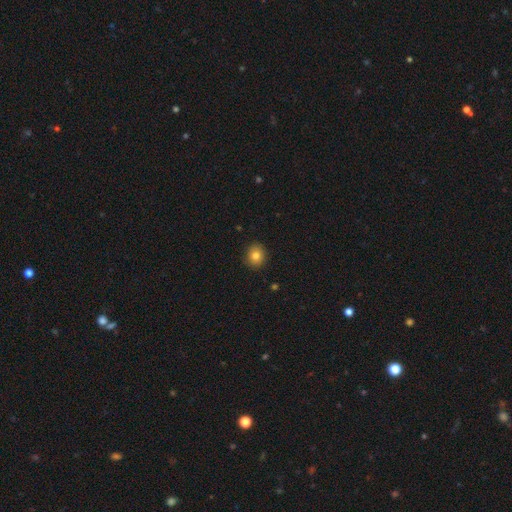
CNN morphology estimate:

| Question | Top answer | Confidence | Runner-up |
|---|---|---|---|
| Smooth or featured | smooth | 81% | star or artifact (11%) |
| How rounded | round | 77% | in between (22%) |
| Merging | none | 90% | minor disturbance (7%) |